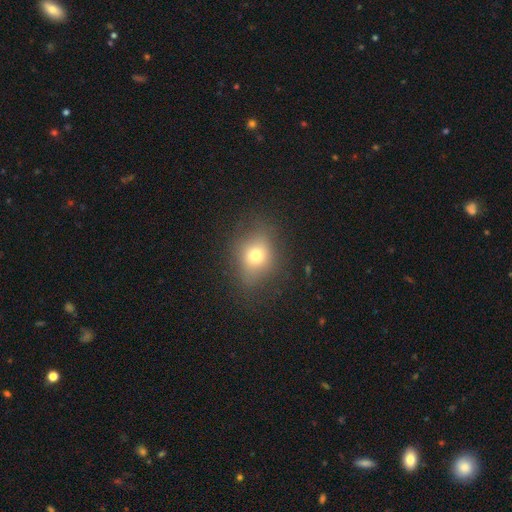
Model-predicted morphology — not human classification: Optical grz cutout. It shows a smooth galaxy with no disk features (71%) that is round (56%). Merging: none (76%).